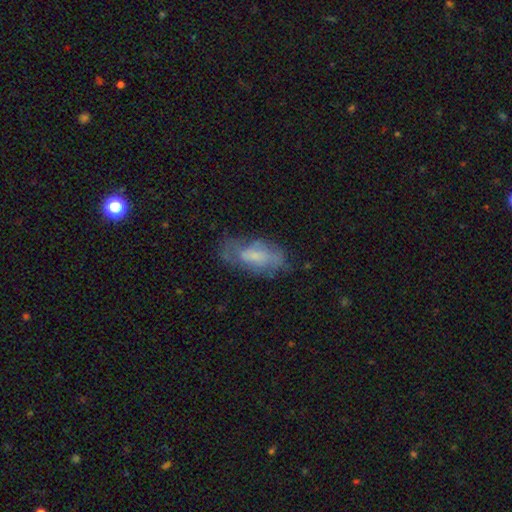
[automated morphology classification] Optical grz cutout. It shows a smooth galaxy with no disk features (49%). Merging: none (55%).